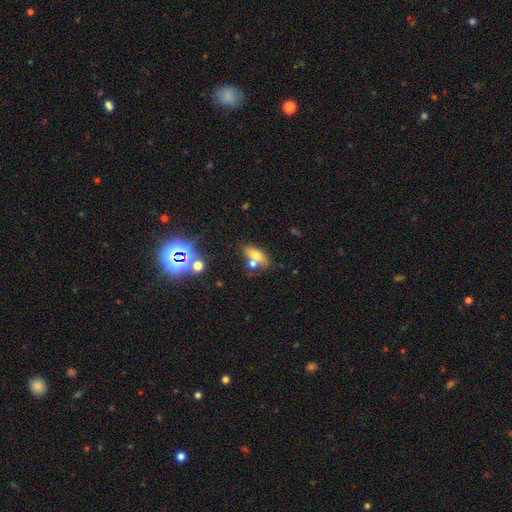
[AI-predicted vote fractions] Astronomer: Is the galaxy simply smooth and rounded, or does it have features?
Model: smooth — 65%.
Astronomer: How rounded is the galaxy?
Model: in between — 79%.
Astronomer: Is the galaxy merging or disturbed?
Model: none — 48% (runner-up: merger, 34%).